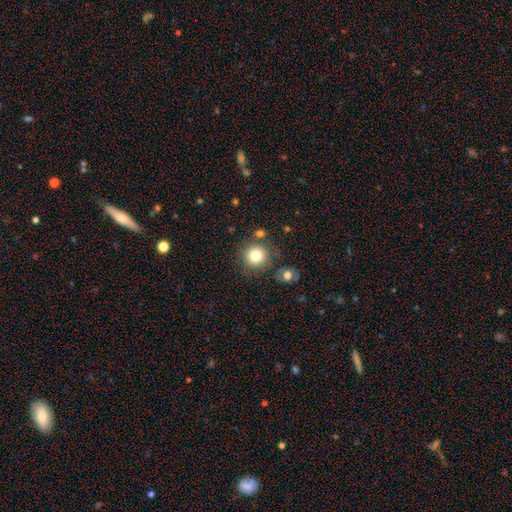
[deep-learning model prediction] This appears to be a smooth galaxy with no disk features (80%) that is round (93%). Merging: none (78%).